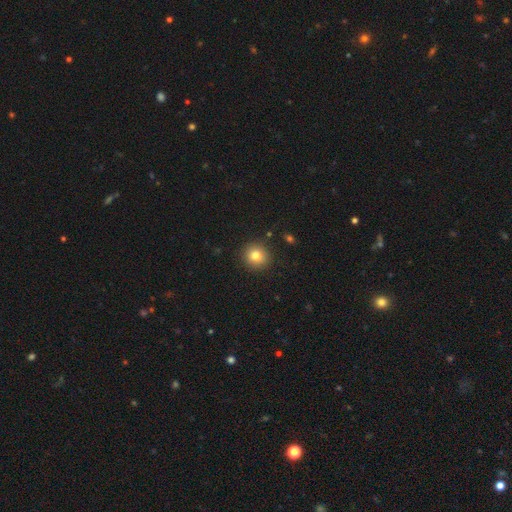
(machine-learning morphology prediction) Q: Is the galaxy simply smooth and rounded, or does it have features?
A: smooth — 80%.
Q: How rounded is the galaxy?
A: round — 91%.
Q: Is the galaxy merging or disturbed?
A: none — 90%.